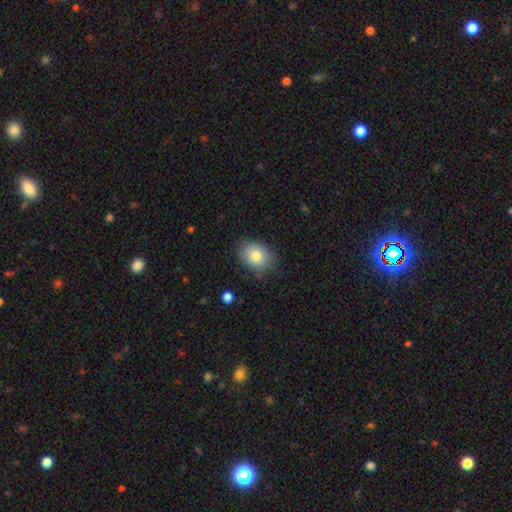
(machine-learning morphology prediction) smooth-or-featured: smooth: 82% | featured or disk: 10% | star or artifact: 8%
  how-rounded: in between: 61% | round: 38% | cigar-shaped: 1%
  merging: none: 80% | minor disturbance: 15% | major disturbance: 4% | merger: 1%